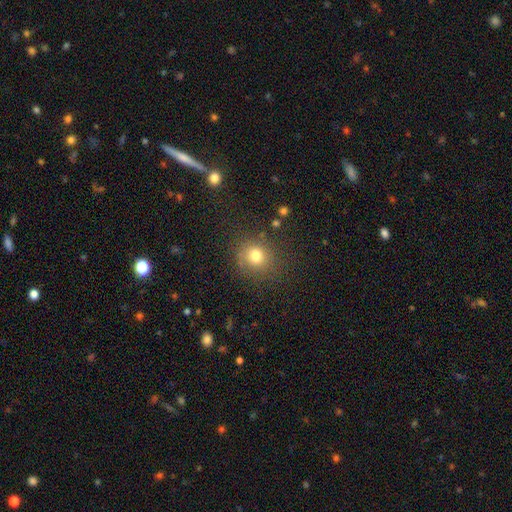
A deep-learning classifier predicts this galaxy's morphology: Smooth or featured?
  - smooth: 77% *
  - star or artifact: 15%
  - featured or disk: 8%
How rounded?
  - round: 85% *
  - in between: 14%
  - cigar-shaped: 1%
Merging?
  - none: 81% *
  - minor disturbance: 11%
  - major disturbance: 5%
  - merger: 3%